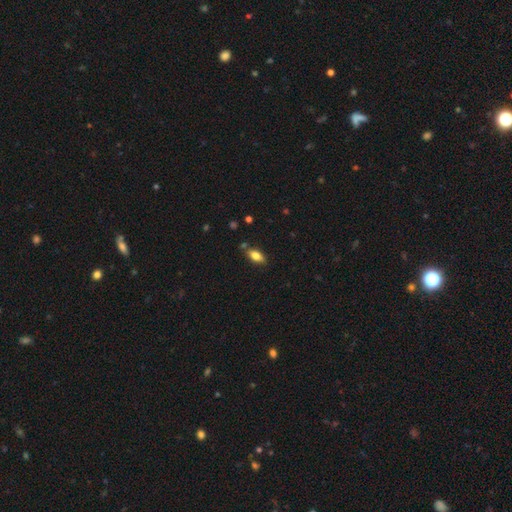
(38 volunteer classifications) Volunteers were most divided on "smooth or featured": smooth: 82%, featured or disk: 11%, star or artifact: 8%. More confident: merging — none (91%); how rounded — in between (87%).